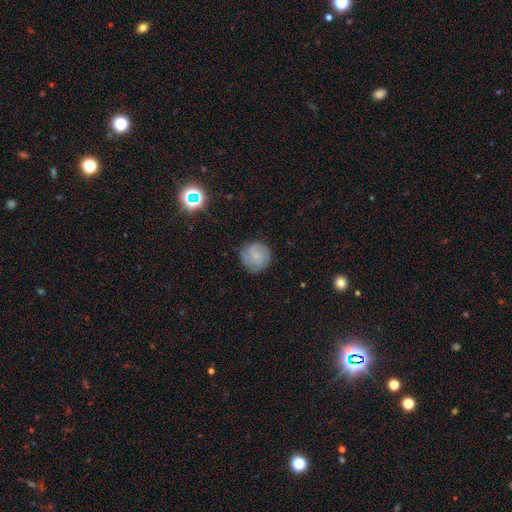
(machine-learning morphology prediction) A smooth galaxy with no disk features (57%) that is round (93%).

Vote fractions:
- Smooth or featured? smooth: 57% / featured or disk: 34% / star or artifact: 9%
- How rounded? round: 93% / in between: 6% / cigar-shaped: 1%
- Merging? none: 80% / minor disturbance: 15% / major disturbance: 4% / merger: 1%